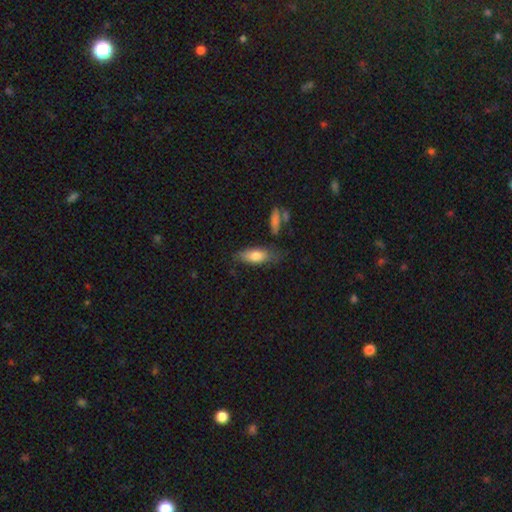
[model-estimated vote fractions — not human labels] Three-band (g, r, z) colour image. It shows a smooth galaxy with no disk features (76%) that is in between round and cigar-shaped (72%). Merging: none (65%).